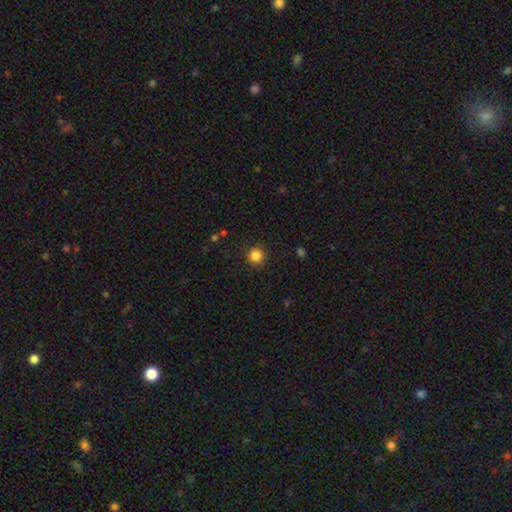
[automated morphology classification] smooth_or_featured: smooth (p=0.85) [alt: star or artifact p=0.11]
how_rounded: round (p=0.95) [alt: in between p=0.04]
merging: none (p=0.91) [alt: minor disturbance p=0.06]